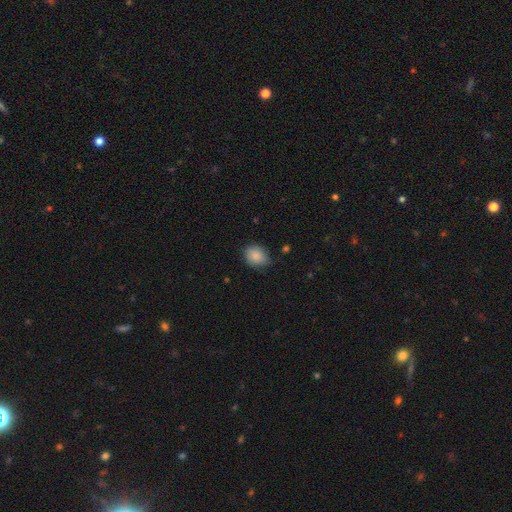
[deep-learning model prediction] The model was most divided on "how rounded": in between: 51%, round: 48%, cigar-shaped: 1%. More confident: smooth or featured — smooth (86%); merging — none (72%).